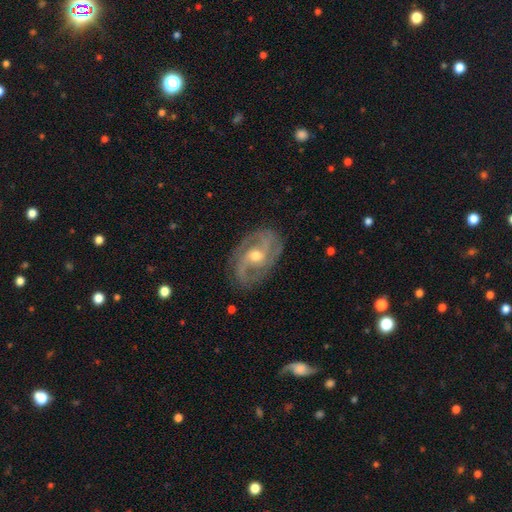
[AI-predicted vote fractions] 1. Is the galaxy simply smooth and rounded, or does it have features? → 89% featured or disk, 6% smooth, 5% star or artifact.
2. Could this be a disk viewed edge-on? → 97% no, 3% yes.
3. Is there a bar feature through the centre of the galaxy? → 50% no, 38% weak, 13% strong.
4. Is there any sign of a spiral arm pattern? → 96% yes, 4% no.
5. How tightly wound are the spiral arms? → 48% medium, 39% tight, 13% loose.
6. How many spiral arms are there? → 58% 2, 21% 3, 10% can't tell, 4% 4, 3% 1, 3% more than 4.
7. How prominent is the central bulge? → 71% moderate, 24% small, 3% large, 1% none, 1% dominant.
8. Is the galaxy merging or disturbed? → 78% none, 16% minor disturbance, 5% major disturbance, 1% merger.